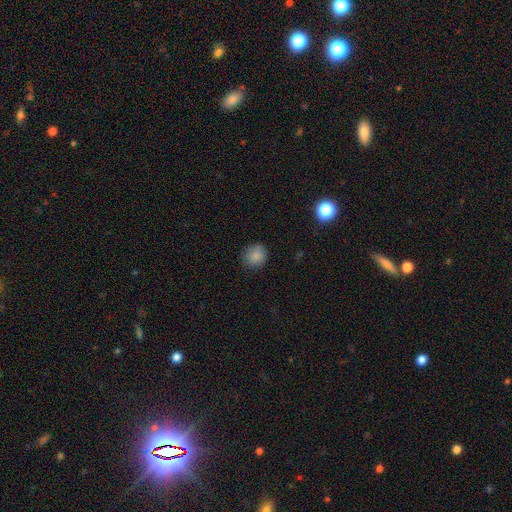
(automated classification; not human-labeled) smooth_or_featured: smooth (p=0.85) [alt: star or artifact p=0.10]
how_rounded: round (p=0.89) [alt: in between p=0.10]
merging: none (p=0.85) [alt: minor disturbance p=0.11]